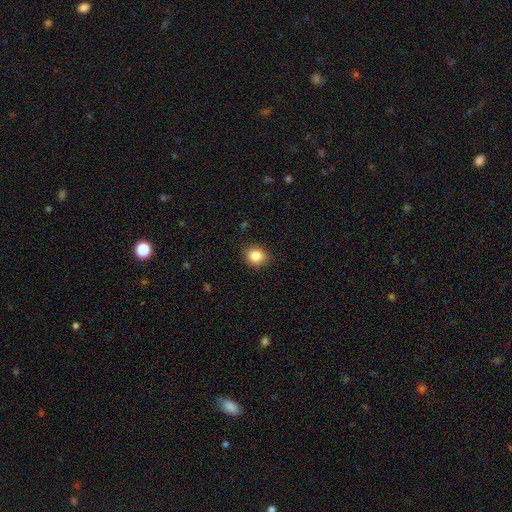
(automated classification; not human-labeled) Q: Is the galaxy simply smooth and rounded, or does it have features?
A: smooth — 85%.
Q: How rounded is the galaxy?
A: round — 60%.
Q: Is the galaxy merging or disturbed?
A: none — 84%.